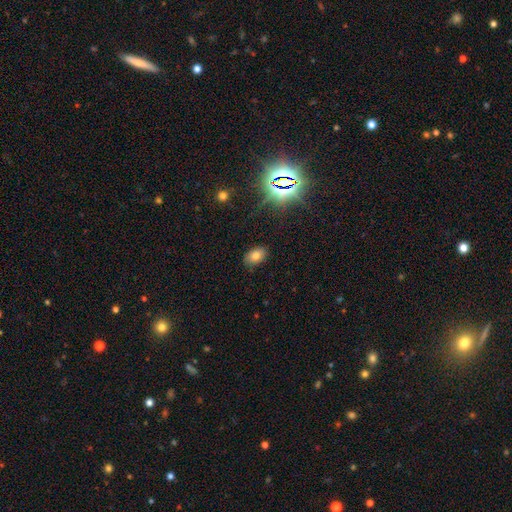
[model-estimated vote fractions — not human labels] This appears to be a smooth galaxy with no disk features (74%) that is in between round and cigar-shaped (88%). Merging: none (86%).